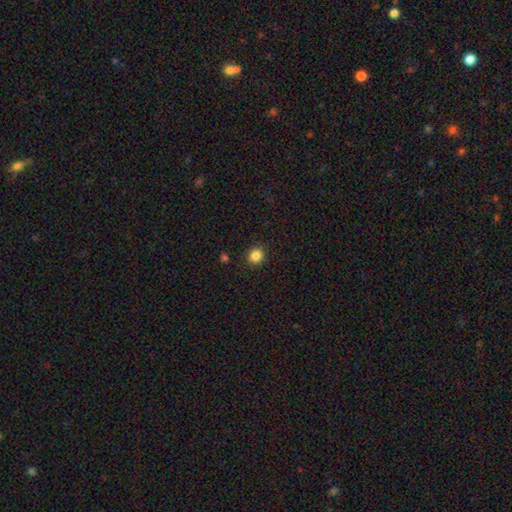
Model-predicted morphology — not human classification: This appears to be a smooth galaxy with no disk features (85%) that is round (86%). Merging: none (91%).